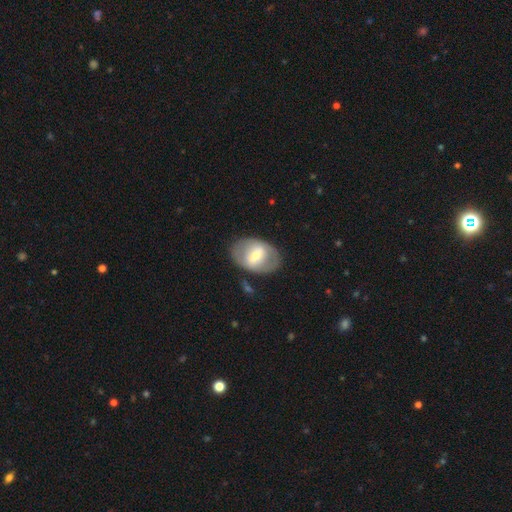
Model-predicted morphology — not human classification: type=featured or disk (53%); edge-on=no (92%); merging=none (78%).